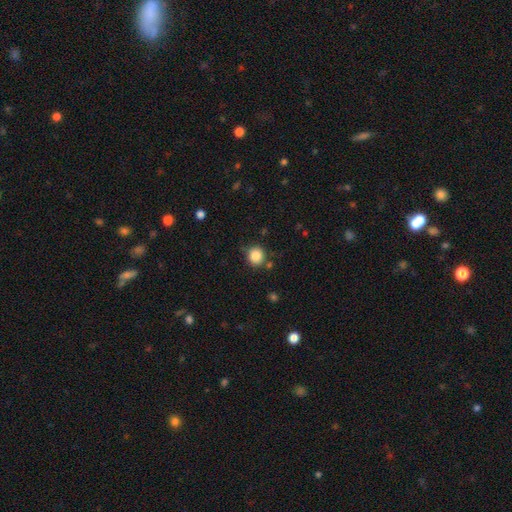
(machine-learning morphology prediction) The model was most divided on "merging": none: 82%, minor disturbance: 11%, merger: 4%, major disturbance: 3%. More confident: how rounded — round (90%); smooth or featured — smooth (84%).